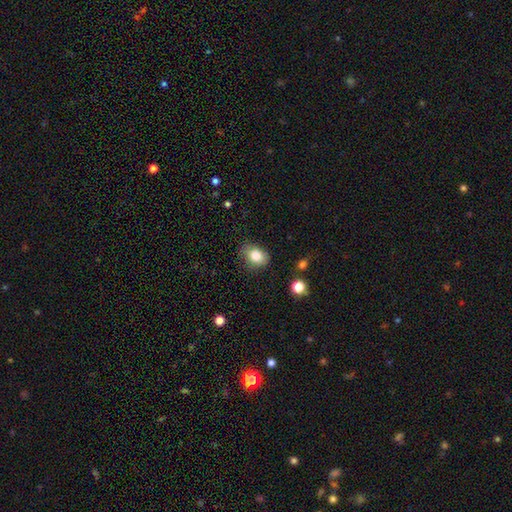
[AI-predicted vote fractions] Morphology: type=smooth (82%); roundness=in between (62%); merging=none (71%).